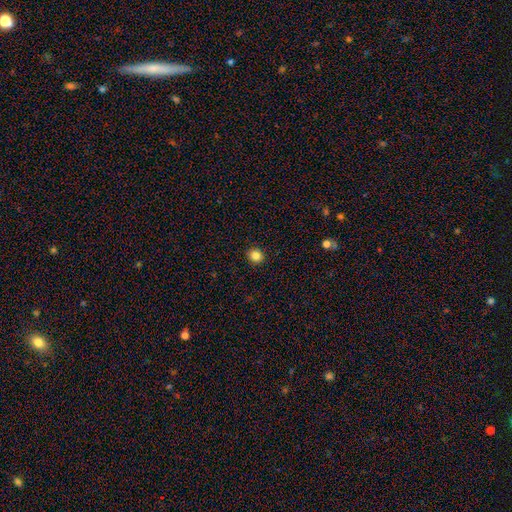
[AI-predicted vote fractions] Overall: smooth (84%). How rounded: round (89%). Merging: none (92%).